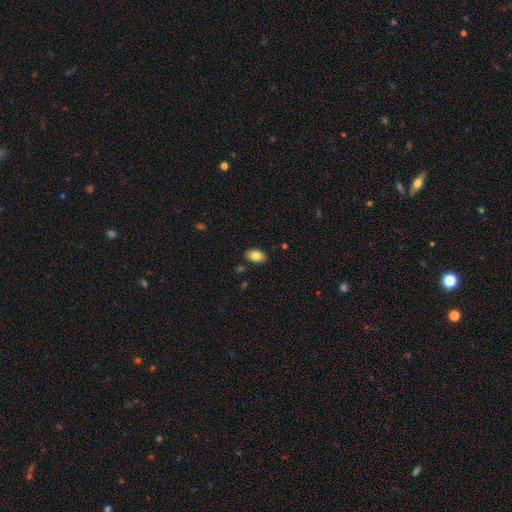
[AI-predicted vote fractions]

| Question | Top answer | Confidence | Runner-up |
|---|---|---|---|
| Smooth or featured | smooth | 82% | featured or disk (10%) |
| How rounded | in between | 90% | round (9%) |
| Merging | none | 87% | minor disturbance (9%) |